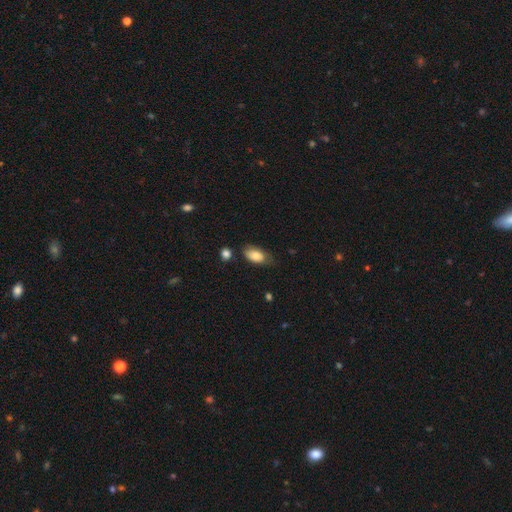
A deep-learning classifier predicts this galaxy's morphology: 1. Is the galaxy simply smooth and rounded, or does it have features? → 80% smooth, 13% featured or disk, 7% star or artifact.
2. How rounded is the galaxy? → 92% in between, 4% round, 3% cigar-shaped.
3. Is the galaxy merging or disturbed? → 59% none, 29% minor disturbance, 7% major disturbance, 4% merger.